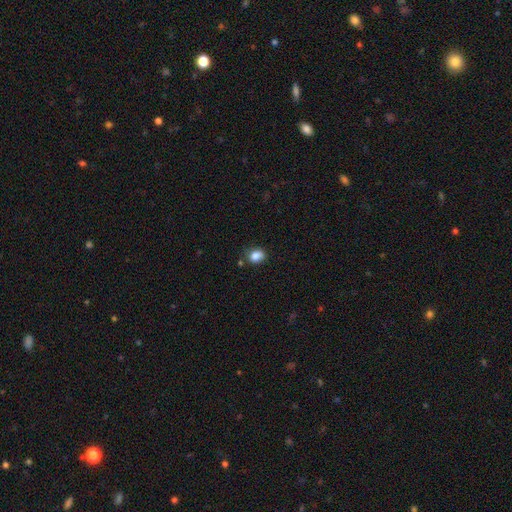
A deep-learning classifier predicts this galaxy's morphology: smooth_or_featured: smooth (p=0.84) [alt: star or artifact p=0.10]
how_rounded: in between (p=0.51) [alt: round p=0.48]
merging: none (p=0.68) [alt: minor disturbance p=0.22]